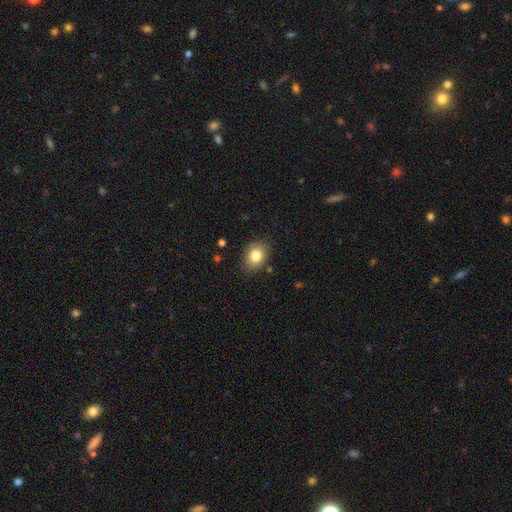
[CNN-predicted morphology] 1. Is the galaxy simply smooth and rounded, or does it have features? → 81% smooth, 10% featured or disk, 9% star or artifact.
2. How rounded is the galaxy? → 66% in between, 33% round, 1% cigar-shaped.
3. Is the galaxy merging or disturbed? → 82% none, 13% minor disturbance, 3% major disturbance, 2% merger.